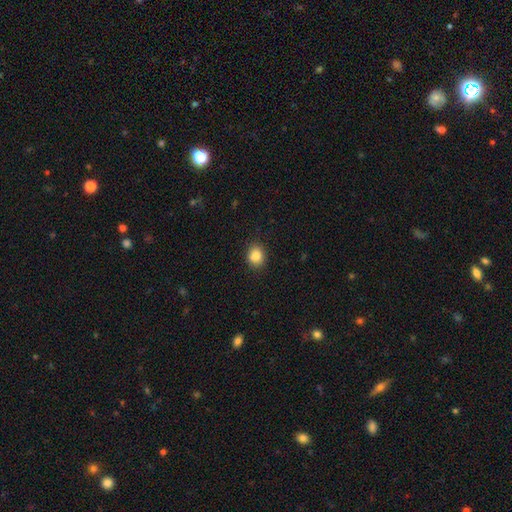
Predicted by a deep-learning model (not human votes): Smooth or featured: smooth — 85% (star or artifact — 10%)
How rounded: round — 65% (in between — 34%)
Merging: none — 87% (minor disturbance — 9%)